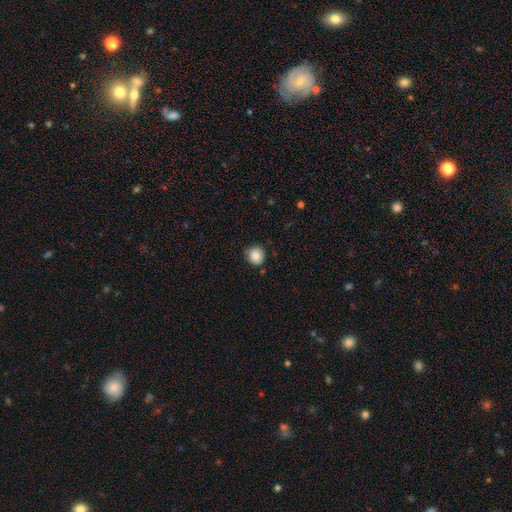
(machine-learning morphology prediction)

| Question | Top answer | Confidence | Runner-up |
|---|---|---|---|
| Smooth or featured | smooth | 83% | star or artifact (9%) |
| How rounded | round | 91% | in between (8%) |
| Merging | none | 84% | minor disturbance (12%) |